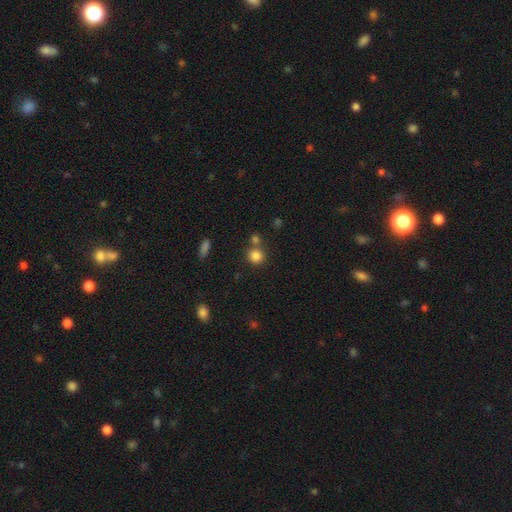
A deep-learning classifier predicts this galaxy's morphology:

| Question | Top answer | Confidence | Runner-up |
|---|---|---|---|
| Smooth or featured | smooth | 83% | star or artifact (12%) |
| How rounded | round | 88% | in between (11%) |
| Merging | none | 67% | merger (21%) |